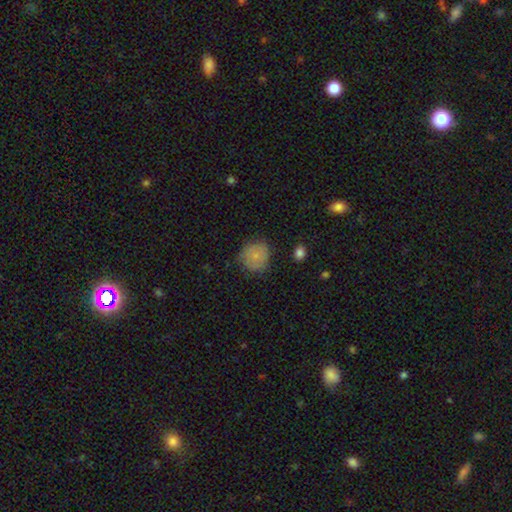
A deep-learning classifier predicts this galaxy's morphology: Q: Smooth or featured?
A: smooth (73%); runner-up: featured or disk (18%)
Q: How rounded?
A: round (84%); runner-up: in between (15%)
Q: Merging?
A: none (69%); runner-up: minor disturbance (23%)